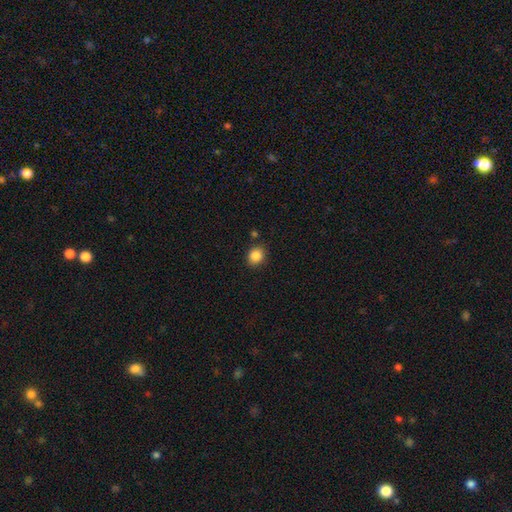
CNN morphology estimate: A smooth galaxy with no disk features (86%) that is round (66%). Merging: none (85%).